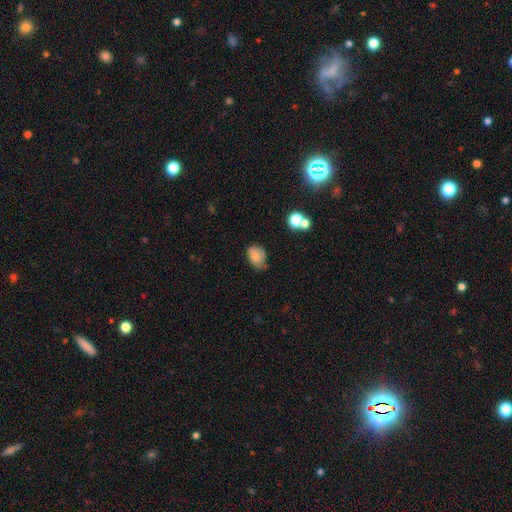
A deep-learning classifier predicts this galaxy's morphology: This appears to be a smooth galaxy with no disk features (79%) that is in between round and cigar-shaped (73%). Merging: none (60%).